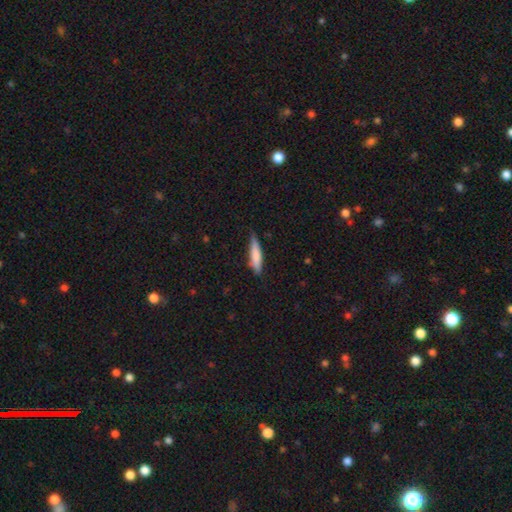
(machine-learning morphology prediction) smooth 78%, featured or disk 16%, star or artifact 6%. Down the decision tree: how rounded — cigar-shaped (80%); merging — none (73%).